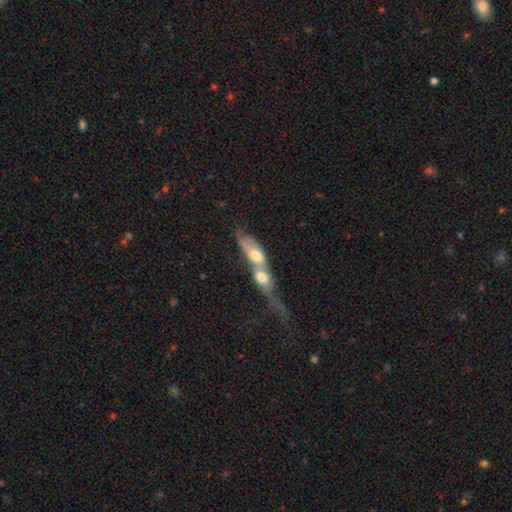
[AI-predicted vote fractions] smooth 49%, featured or disk 42%, star or artifact 8%. Down the decision tree: merging — merger (80%).